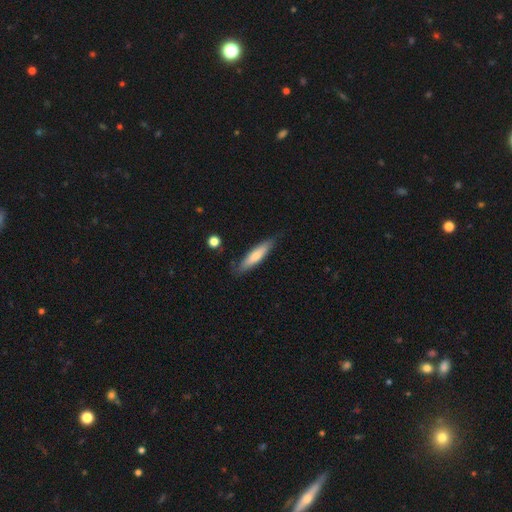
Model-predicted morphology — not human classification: A smooth galaxy with no disk features (69%) that is cigar-shaped (79%). Merging: none (81%).